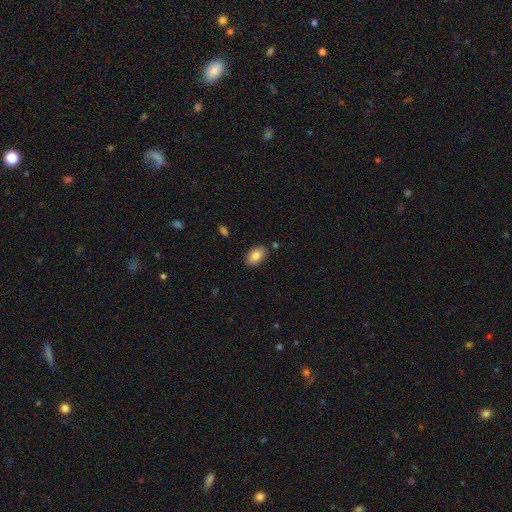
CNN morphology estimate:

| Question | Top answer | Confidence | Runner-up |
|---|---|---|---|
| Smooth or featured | smooth | 84% | featured or disk (9%) |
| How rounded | in between | 91% | round (7%) |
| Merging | none | 84% | minor disturbance (11%) |